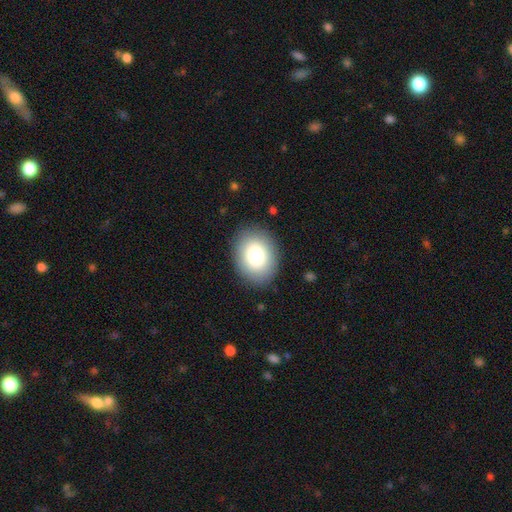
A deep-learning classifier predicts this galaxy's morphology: This is clearly a smooth galaxy (83%). How rounded: likely in between (66%). Merging: clearly none (87%).